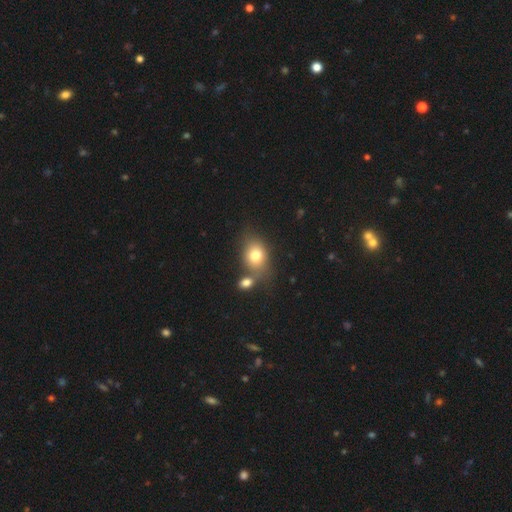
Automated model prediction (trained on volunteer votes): This appears to be a smooth galaxy with no disk features (76%) that is in between round and cigar-shaped (62%). Merging: none (51%).